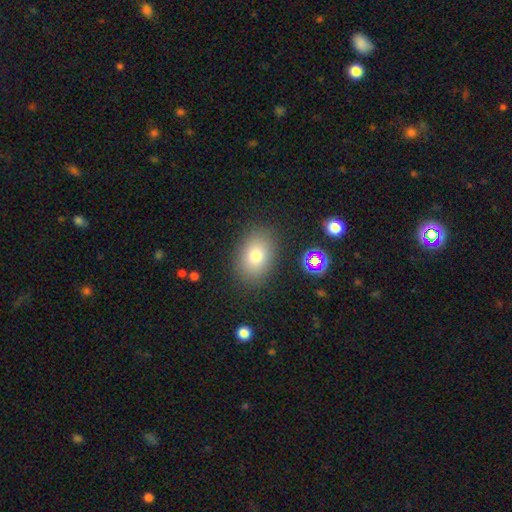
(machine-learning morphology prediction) smooth 78%, featured or disk 11%, star or artifact 11%. Down the decision tree: how rounded — in between (80%); merging — none (85%).